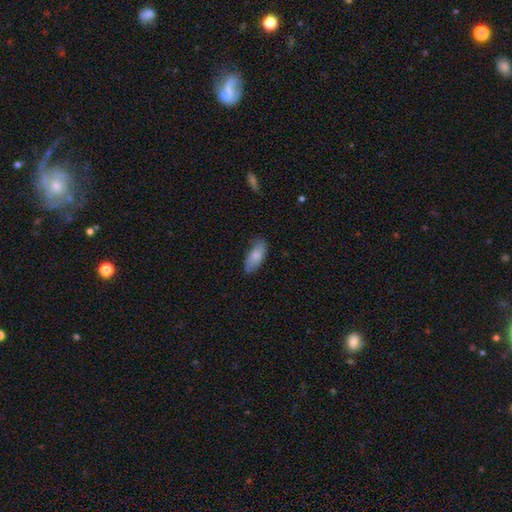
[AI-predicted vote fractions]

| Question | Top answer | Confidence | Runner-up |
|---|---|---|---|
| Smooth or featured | smooth | 79% | featured or disk (15%) |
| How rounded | in between | 86% | cigar-shaped (12%) |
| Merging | none | 75% | minor disturbance (20%) |